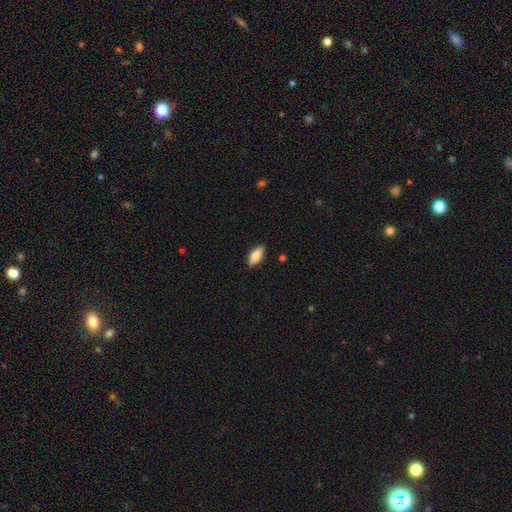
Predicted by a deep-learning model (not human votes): smooth-or-featured: smooth: 80% | featured or disk: 14% | star or artifact: 6%
  how-rounded: in between: 83% | cigar-shaped: 15% | round: 2%
  merging: none: 87% | minor disturbance: 10% | major disturbance: 2% | merger: 1%